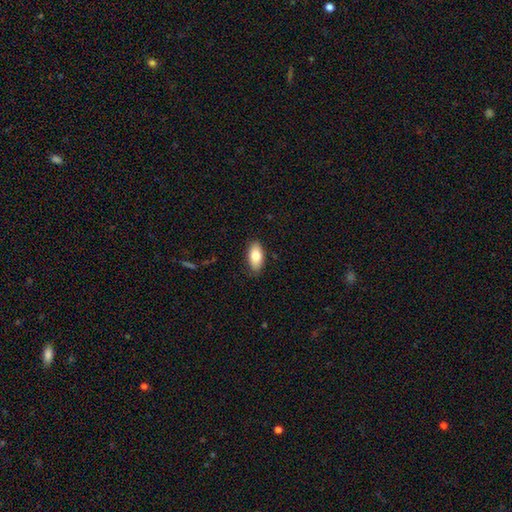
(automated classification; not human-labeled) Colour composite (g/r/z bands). It shows a smooth galaxy with no disk features (80%) that is in between round and cigar-shaped (91%). Merging: none (85%).